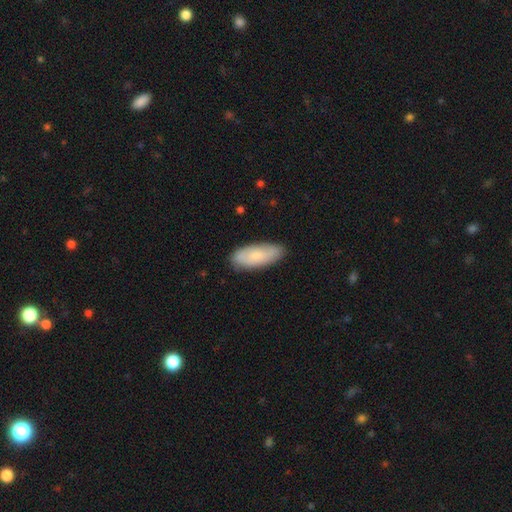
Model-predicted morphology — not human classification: A smooth galaxy with no disk features (74%) that is in between round and cigar-shaped (81%).

Vote fractions:
- Smooth or featured? smooth: 74% / featured or disk: 21% / star or artifact: 6%
- How rounded? in between: 81% / cigar-shaped: 17% / round: 2%
- Merging? none: 83% / minor disturbance: 13% / major disturbance: 2% / merger: 1%